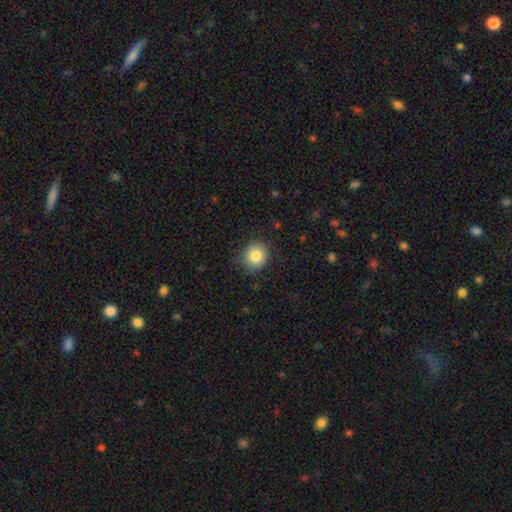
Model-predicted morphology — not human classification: This is clearly a smooth galaxy (84%). How rounded: clearly round (80%). Merging: clearly none (85%).